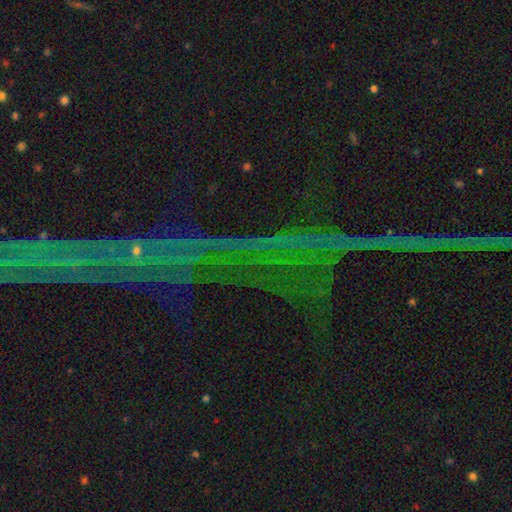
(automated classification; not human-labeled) Smooth or featured?
  - star or artifact: 83% *
  - featured or disk: 10%
  - smooth: 7%